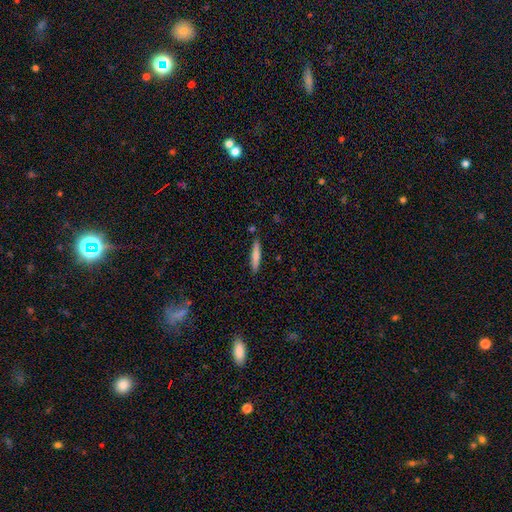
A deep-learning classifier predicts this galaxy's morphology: A smooth galaxy with no disk features (75%) that is cigar-shaped (91%).

Vote fractions:
- Smooth or featured? smooth: 75% / featured or disk: 19% / star or artifact: 6%
- How rounded? cigar-shaped: 91% / in between: 8% / round: 1%
- Merging? none: 87% / minor disturbance: 9% / merger: 3% / major disturbance: 2%